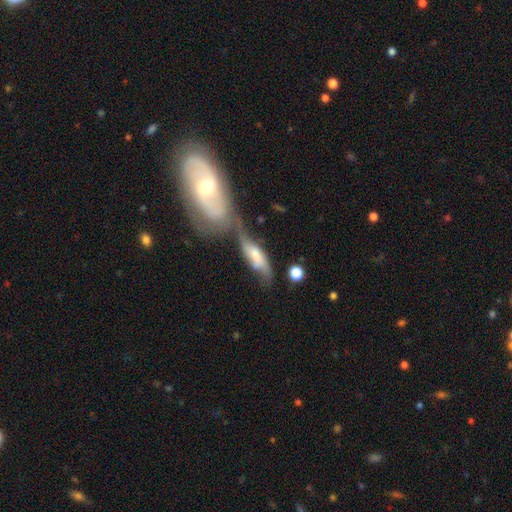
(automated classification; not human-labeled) Overall: featured or disk (51%; smooth 42%). Edge-on disk: no (71%). Merging: merger (52%; none 21%).